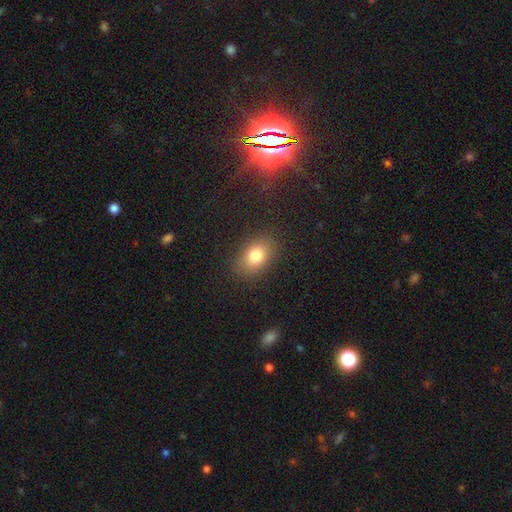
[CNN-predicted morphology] This appears to be a smooth galaxy with no disk features (80%) that is in between round and cigar-shaped (79%). Merging: none (85%).